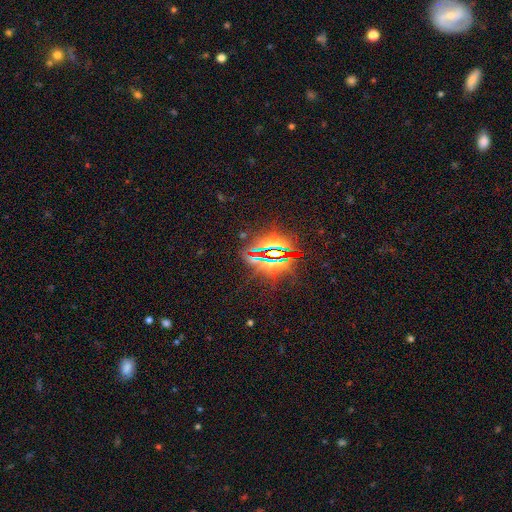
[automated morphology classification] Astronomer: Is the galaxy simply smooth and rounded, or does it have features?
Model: star or artifact — 79%.